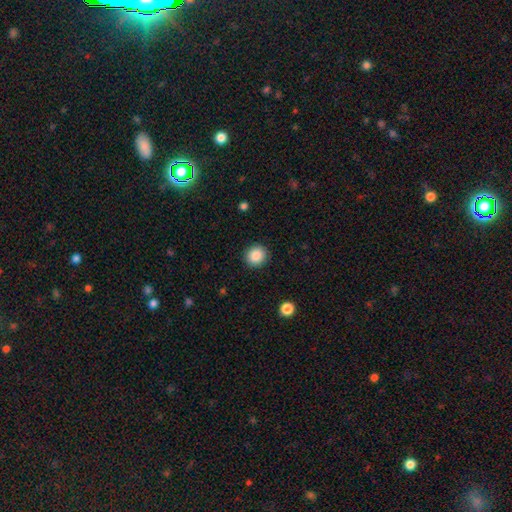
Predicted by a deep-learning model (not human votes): Q: Smooth or featured?
A: smooth (87%); runner-up: star or artifact (9%)
Q: How rounded?
A: round (87%); runner-up: in between (12%)
Q: Merging?
A: none (91%); runner-up: minor disturbance (6%)